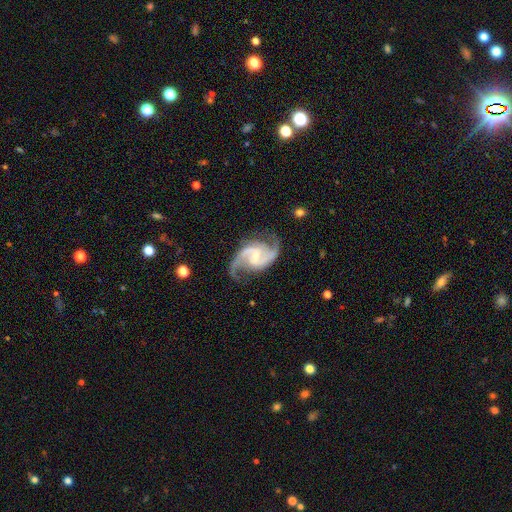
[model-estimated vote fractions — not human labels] The model was most divided on "spiral winding": medium: 54%, loose: 35%, tight: 11%. More confident: spiral arms — yes (98%); edge-on disk — no (98%); smooth or featured — featured or disk (92%); spiral arm count — 2 (92%); merging — none (75%); bulge size — small (60%); bar — weak (54%).